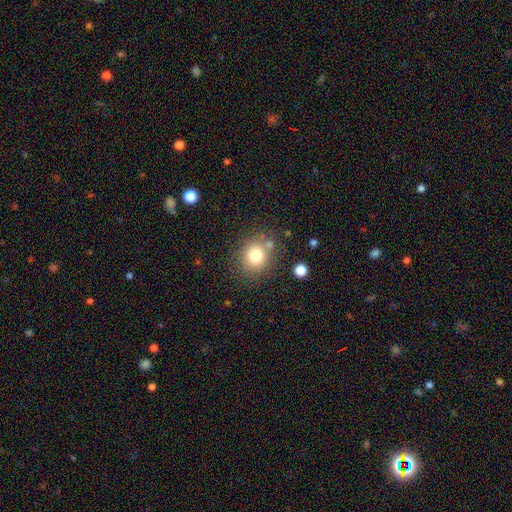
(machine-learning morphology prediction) Smooth or featured? smooth (77%)
How rounded? round (77%)
Merging? none (74%)